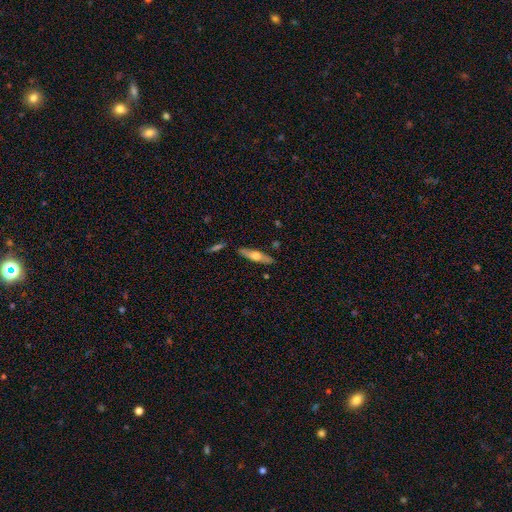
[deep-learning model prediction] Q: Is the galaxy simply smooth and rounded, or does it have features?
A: smooth — 48%.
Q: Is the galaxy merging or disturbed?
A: none — 86%.